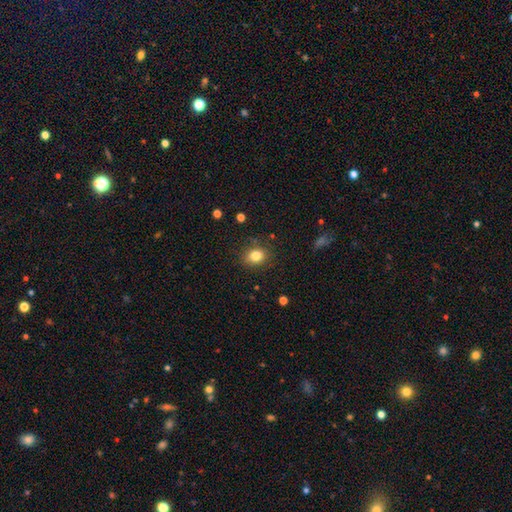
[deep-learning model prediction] Smooth or featured?
  - smooth: 83% *
  - star or artifact: 10%
  - featured or disk: 7%
How rounded?
  - in between: 52% *
  - round: 47%
  - cigar-shaped: 1%
Merging?
  - none: 84% *
  - minor disturbance: 11%
  - major disturbance: 3%
  - merger: 1%